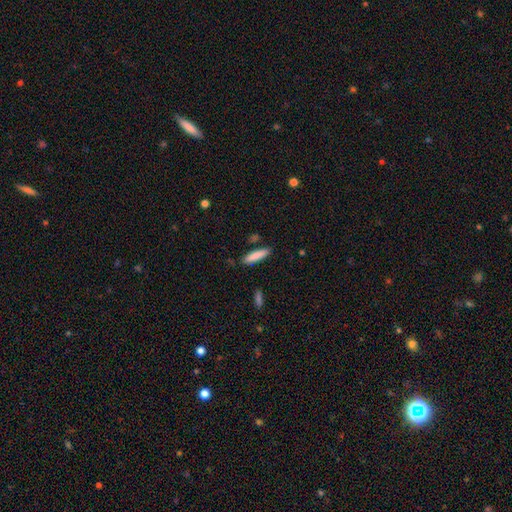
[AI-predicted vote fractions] A smooth galaxy with no disk features (84%) that is cigar-shaped (79%). Merging: none (85%).